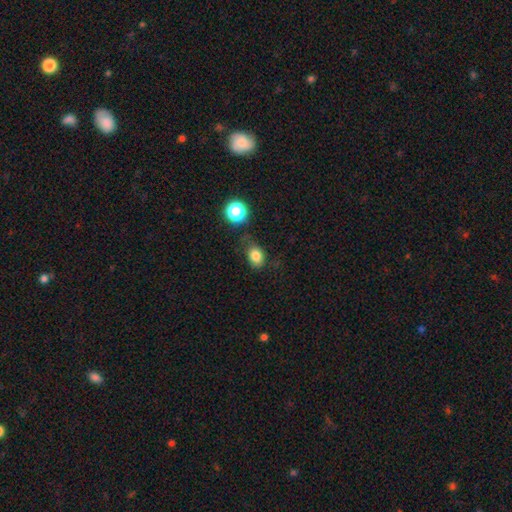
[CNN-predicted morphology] A smooth galaxy with no disk features (81%) that is in between round and cigar-shaped (64%).

Vote fractions:
- Smooth or featured? smooth: 81% / star or artifact: 12% / featured or disk: 6%
- How rounded? in between: 64% / round: 35% / cigar-shaped: 1%
- Merging? none: 66% / minor disturbance: 23% / major disturbance: 7% / merger: 5%